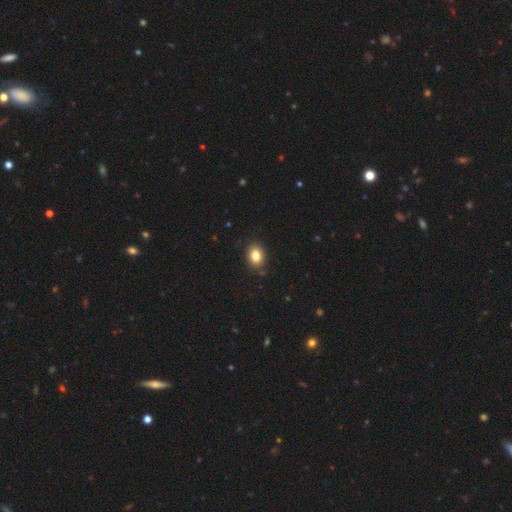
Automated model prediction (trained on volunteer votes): The model was most divided on "how rounded": in between: 63%, round: 36%, cigar-shaped: 1%. More confident: merging — none (88%); smooth or featured — smooth (84%).